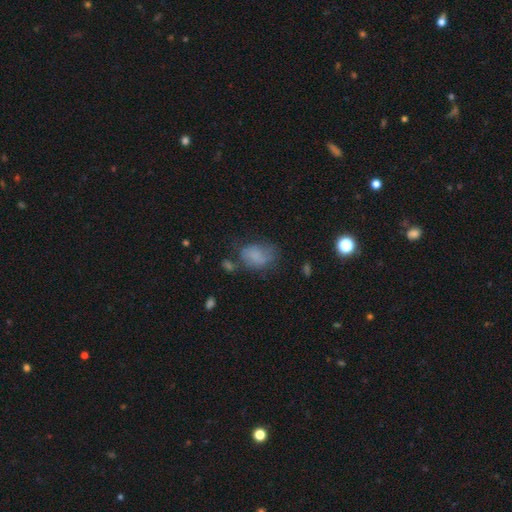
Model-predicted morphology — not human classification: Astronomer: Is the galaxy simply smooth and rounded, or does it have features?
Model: smooth — 70%.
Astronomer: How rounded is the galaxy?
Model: in between — 73%.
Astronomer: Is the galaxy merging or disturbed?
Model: none — 46% (runner-up: minor disturbance, 29%).